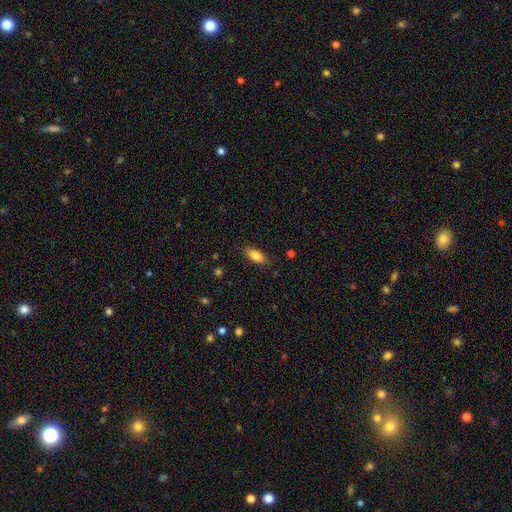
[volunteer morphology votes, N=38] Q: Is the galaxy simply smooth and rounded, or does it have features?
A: smooth — 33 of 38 (87%).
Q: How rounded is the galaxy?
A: in between — 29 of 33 (88%).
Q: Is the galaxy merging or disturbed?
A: none — 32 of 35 (91%).